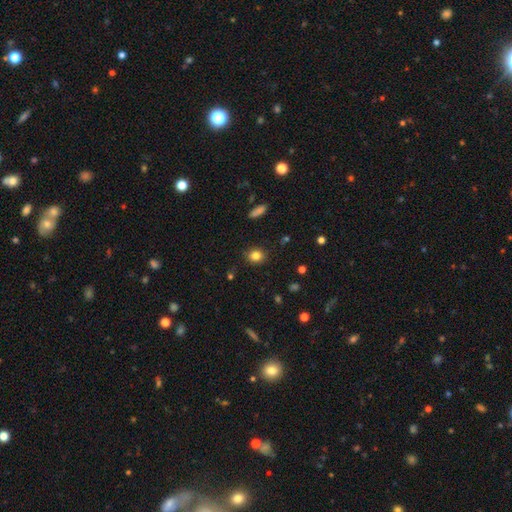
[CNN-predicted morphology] This appears to be a smooth galaxy with no disk features (82%) that is round (66%). Merging: none (87%).